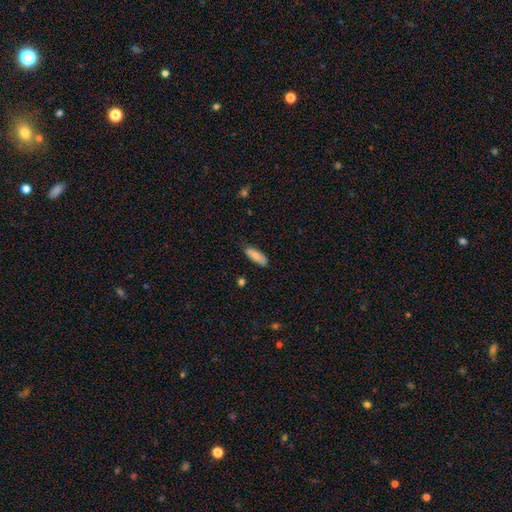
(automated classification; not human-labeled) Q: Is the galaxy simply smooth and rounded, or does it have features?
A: smooth — 83%.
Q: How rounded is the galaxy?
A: in between — 62%.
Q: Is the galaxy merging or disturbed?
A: none — 79%.